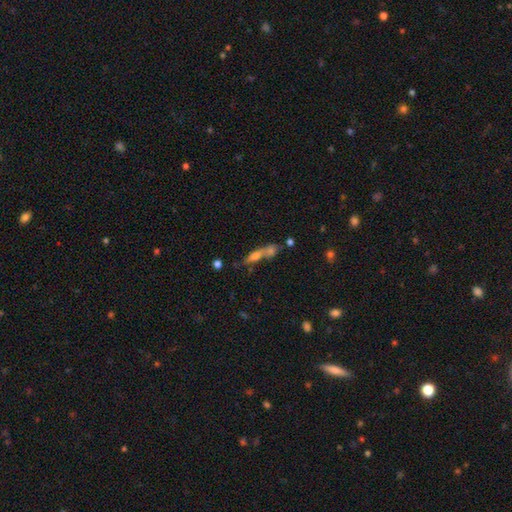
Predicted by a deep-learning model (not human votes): This is likely a smooth galaxy (62%). How rounded: possibly cigar-shaped (52%). Merging: possibly merger (56%).